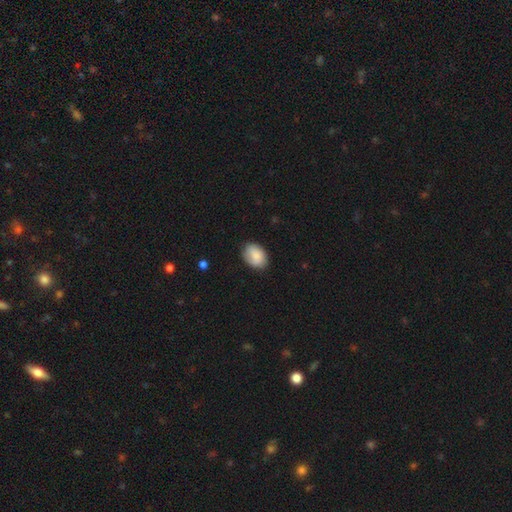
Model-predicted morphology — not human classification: Q: Smooth or featured?
A: smooth (83%); runner-up: featured or disk (10%)
Q: How rounded?
A: in between (76%); runner-up: round (23%)
Q: Merging?
A: none (78%); runner-up: minor disturbance (17%)